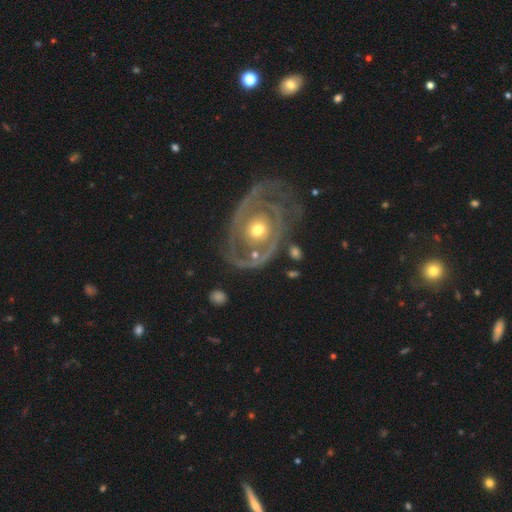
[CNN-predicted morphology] smooth_or_featured: featured or disk (p=0.84) [alt: smooth p=0.11]
disk_edge_on: no (p=0.96) [alt: yes p=0.04]
bar: no (p=0.82) [alt: weak p=0.12]
has_spiral_arms: yes (p=0.77) [alt: no p=0.23]
spiral_winding: tight (p=0.64) [alt: medium p=0.26]
spiral_arm_count: 2 (p=0.41) [alt: can't tell p=0.25]
bulge_size: moderate (p=0.65) [alt: small p=0.28]
merging: none (p=0.62) [alt: minor disturbance p=0.20]